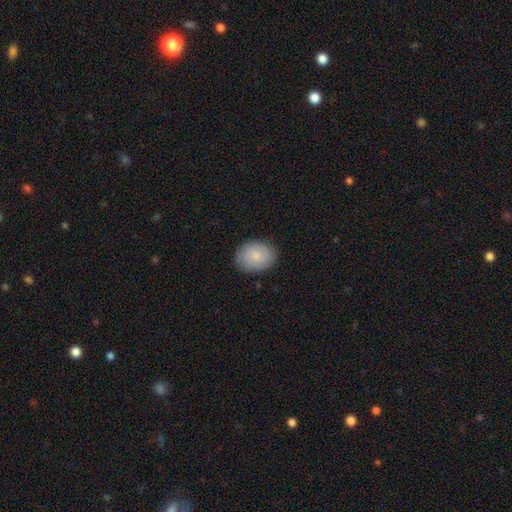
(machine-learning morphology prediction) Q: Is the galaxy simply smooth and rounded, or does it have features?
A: smooth — 82%.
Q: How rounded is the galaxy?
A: in between — 65%.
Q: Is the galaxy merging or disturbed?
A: none — 85%.